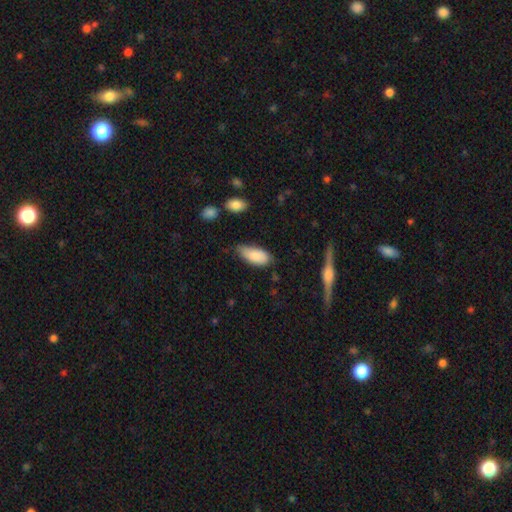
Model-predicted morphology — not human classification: This appears to be a smooth galaxy with no disk features (84%) that is in between round and cigar-shaped (87%). Merging: none (55%).